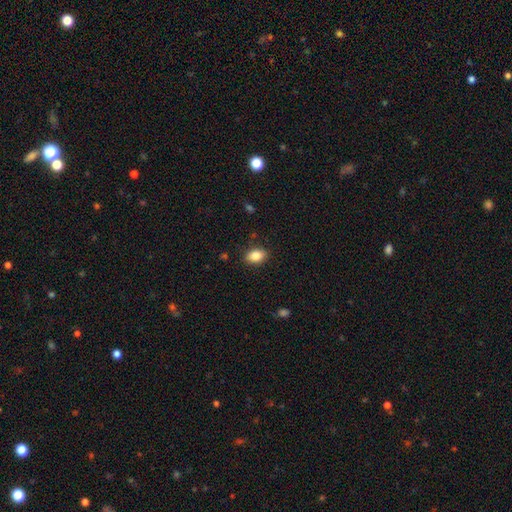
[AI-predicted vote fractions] Overall: smooth (85%). How rounded: in between (81%). Merging: none (86%).